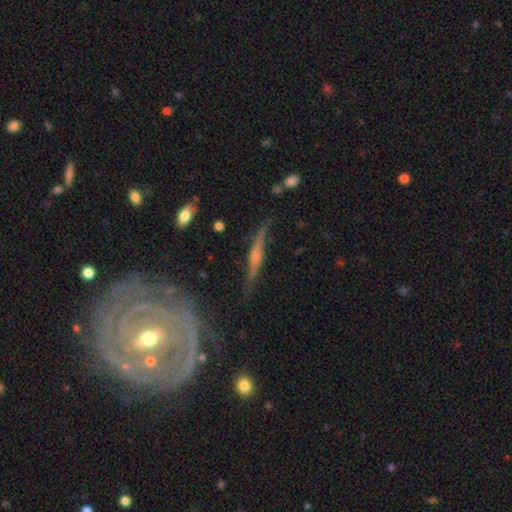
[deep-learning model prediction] Q: Smooth or featured?
A: featured or disk (72%); runner-up: smooth (20%)
Q: Edge-on disk?
A: yes (90%); runner-up: no (10%)
Q: Edge-on bulge?
A: rounded (73%); runner-up: none (17%)
Q: Merging?
A: none (77%); runner-up: minor disturbance (15%)